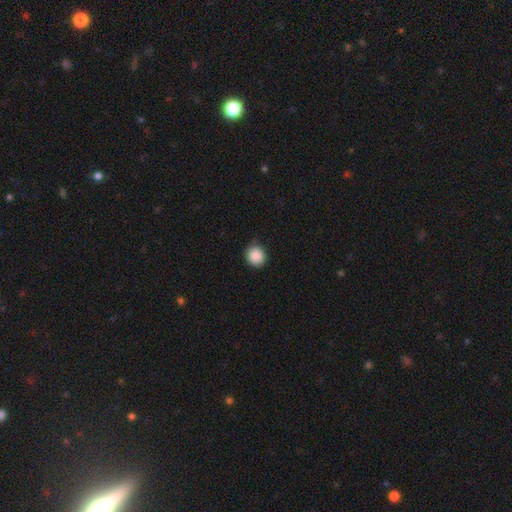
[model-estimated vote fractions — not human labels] A smooth galaxy with no disk features (89%) that is round (86%).

Vote fractions:
- Smooth or featured? smooth: 89% / star or artifact: 9% / featured or disk: 3%
- How rounded? round: 86% / in between: 13% / cigar-shaped: 1%
- Merging? none: 83% / minor disturbance: 13% / major disturbance: 2% / merger: 1%